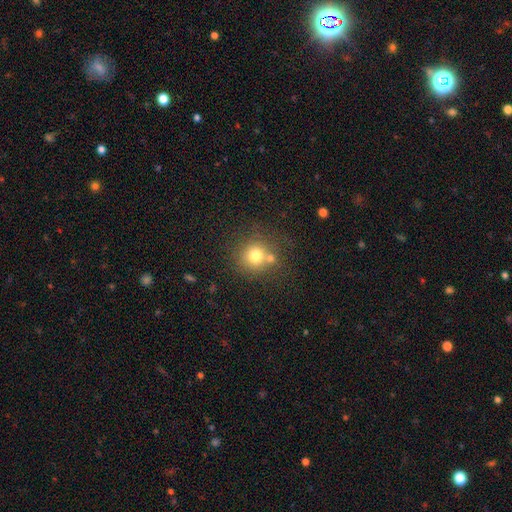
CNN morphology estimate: A smooth galaxy with no disk features (74%) that is round (89%).

Vote fractions:
- Smooth or featured? smooth: 74% / star or artifact: 13% / featured or disk: 12%
- How rounded? round: 89% / in between: 10% / cigar-shaped: 1%
- Merging? none: 59% / merger: 27% / minor disturbance: 10% / major disturbance: 4%